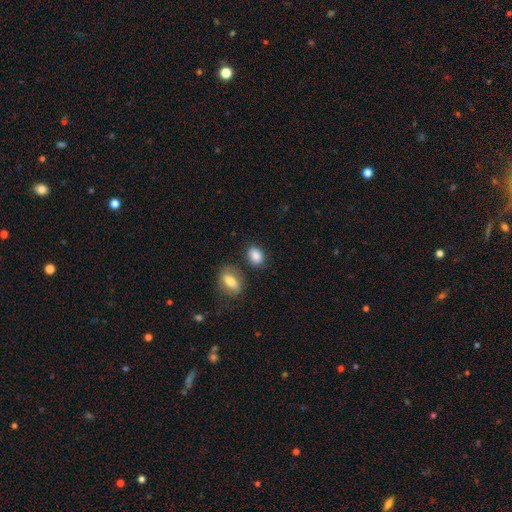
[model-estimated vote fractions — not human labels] A smooth galaxy with no disk features (86%) that is in between round and cigar-shaped (72%). Merging: none (74%).